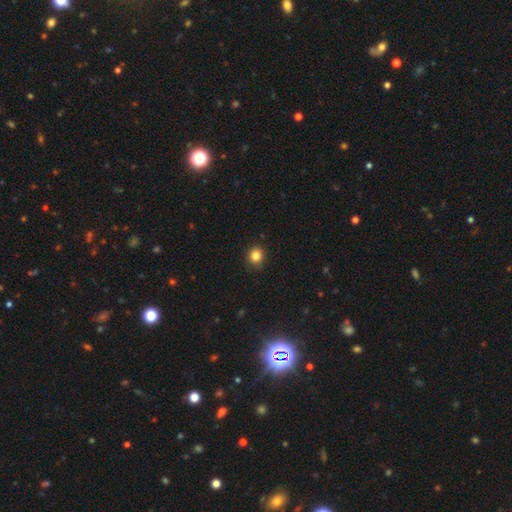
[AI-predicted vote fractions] The model was most divided on "how rounded": round: 85%, in between: 14%, cigar-shaped: 1%. More confident: merging — none (89%); smooth or featured — smooth (84%).